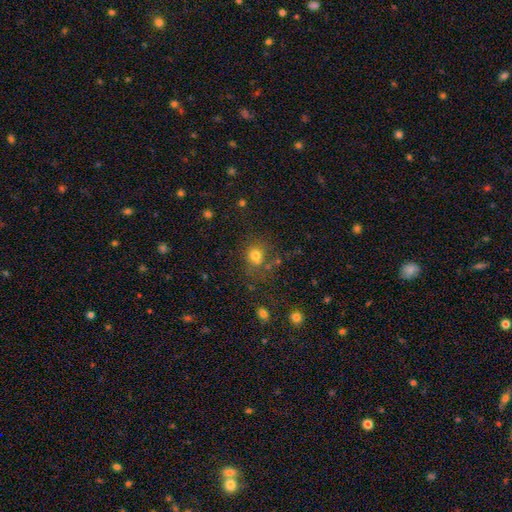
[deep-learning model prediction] Smooth or featured?
  - smooth: 75% *
  - star or artifact: 16%
  - featured or disk: 9%
How rounded?
  - round: 80% *
  - in between: 19%
  - cigar-shaped: 1%
Merging?
  - none: 63% *
  - minor disturbance: 16%
  - merger: 12%
  - major disturbance: 9%